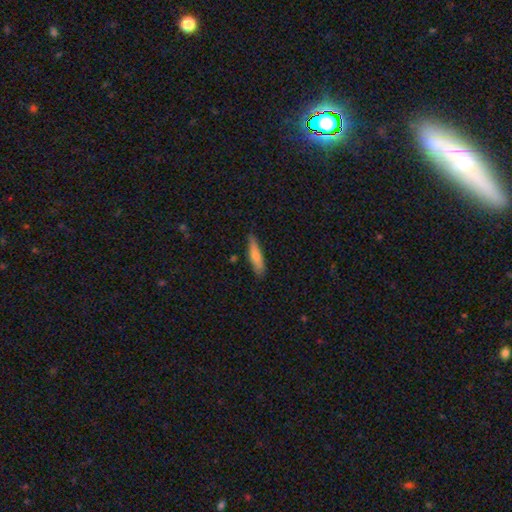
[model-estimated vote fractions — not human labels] A smooth galaxy with no disk features (69%) that is cigar-shaped (77%).

Vote fractions:
- Smooth or featured? smooth: 69% / featured or disk: 25% / star or artifact: 6%
- How rounded? cigar-shaped: 77% / in between: 21% / round: 2%
- Merging? none: 81% / minor disturbance: 15% / major disturbance: 2% / merger: 2%